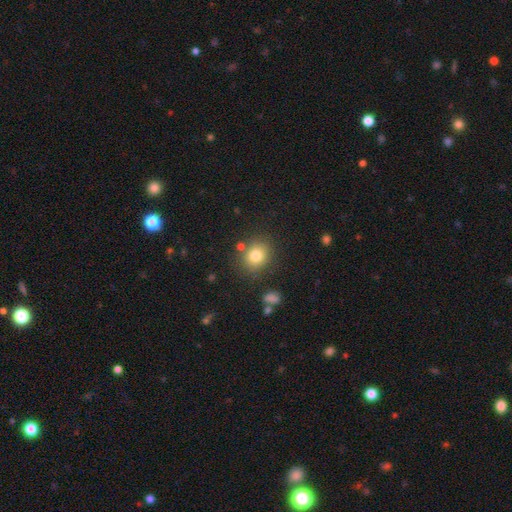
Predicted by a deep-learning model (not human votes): The model was most divided on "how rounded": round: 76%, in between: 23%, cigar-shaped: 1%. More confident: merging — none (80%); smooth or featured — smooth (79%).